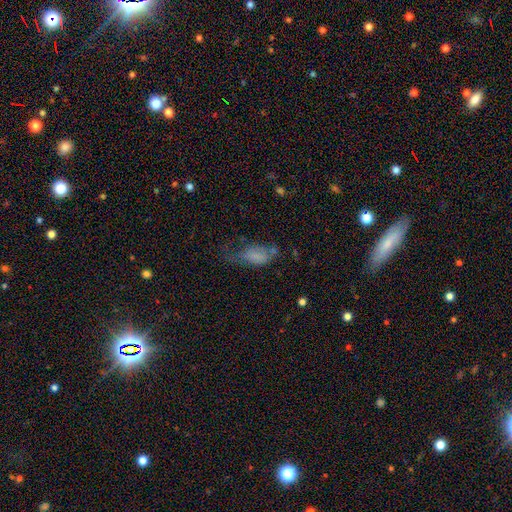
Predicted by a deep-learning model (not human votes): Smooth or featured? Predicted: smooth (p=0.67). How rounded? Predicted: in between (p=0.87). Merging? Predicted: major disturbance (p=0.39).